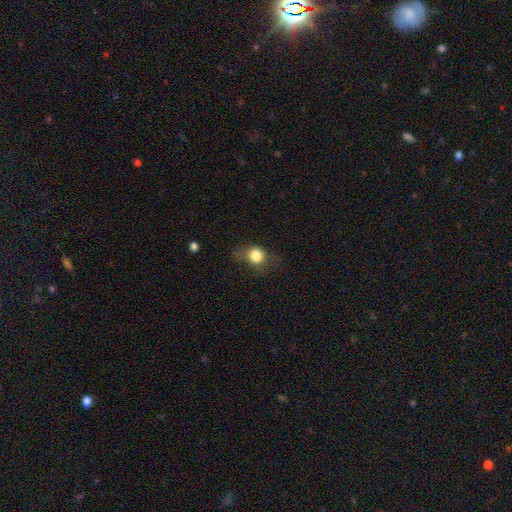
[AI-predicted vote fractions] The model was most divided on "merging": none: 53%, minor disturbance: 27%, major disturbance: 18%, merger: 2%. More confident: smooth or featured — smooth (78%); how rounded — round (70%).